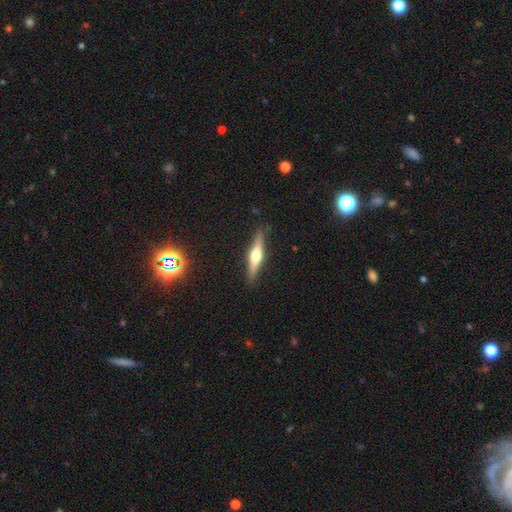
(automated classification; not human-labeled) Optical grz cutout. It shows a featured or disk galaxy (62%) viewed edge-on (96%) with a rounded central bulge (93%). Merging: none (88%).